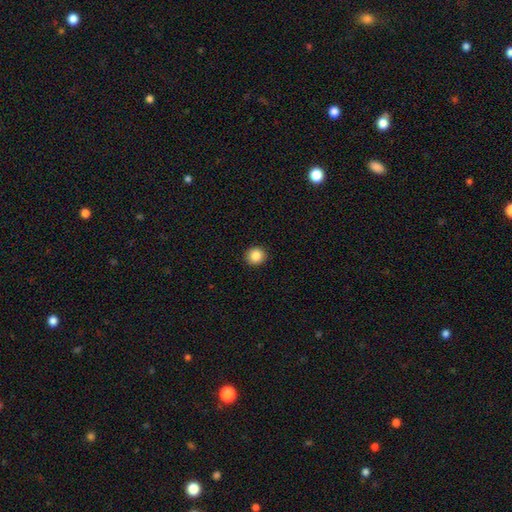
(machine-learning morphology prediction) Smooth or featured?
  - smooth: 86% *
  - star or artifact: 9%
  - featured or disk: 4%
How rounded?
  - round: 88% *
  - in between: 11%
  - cigar-shaped: 1%
Merging?
  - none: 92% *
  - minor disturbance: 5%
  - major disturbance: 2%
  - merger: 1%